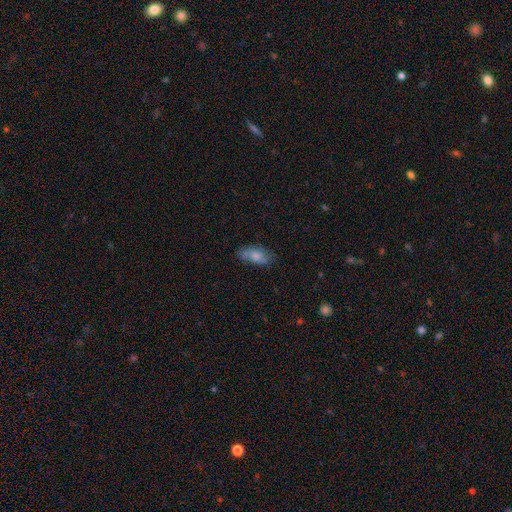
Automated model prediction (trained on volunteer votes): Smooth or featured?
  - smooth: 70% *
  - featured or disk: 22%
  - star or artifact: 8%
How rounded?
  - in between: 87% *
  - cigar-shaped: 10%
  - round: 3%
Merging?
  - none: 69% *
  - minor disturbance: 23%
  - major disturbance: 7%
  - merger: 2%